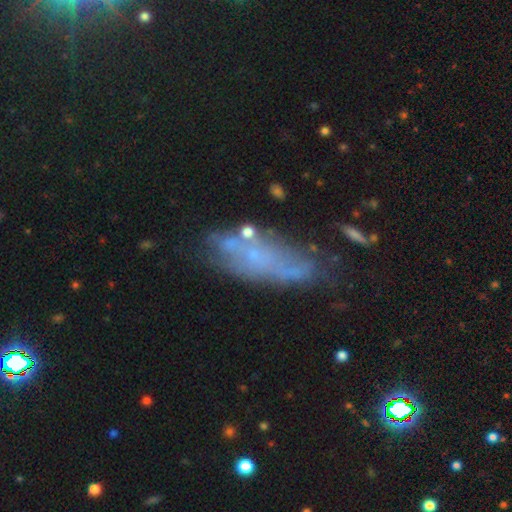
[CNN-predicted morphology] This is possibly a featured or disk galaxy (47%). Merging: possibly none (52%).